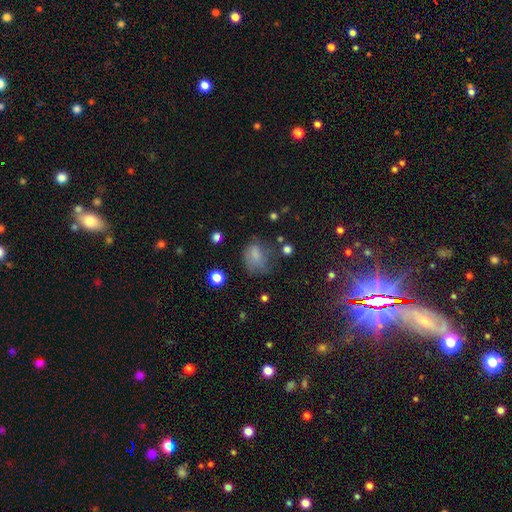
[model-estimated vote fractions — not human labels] Smooth or featured?
  - smooth: 68% *
  - featured or disk: 19%
  - star or artifact: 13%
How rounded?
  - in between: 64% *
  - round: 35%
  - cigar-shaped: 1%
Merging?
  - none: 40% *
  - minor disturbance: 30%
  - major disturbance: 27%
  - merger: 4%